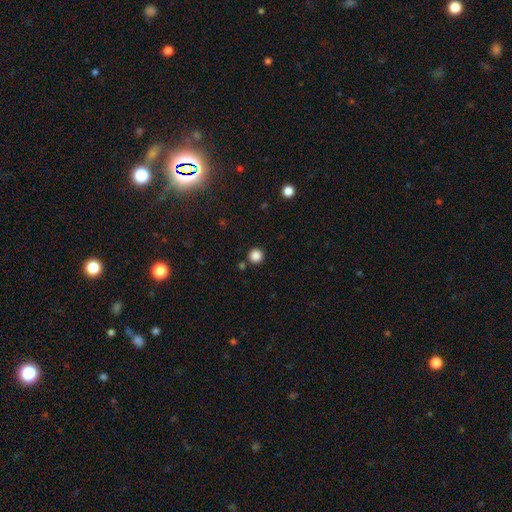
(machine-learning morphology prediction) smooth 86%, star or artifact 11%, featured or disk 3%. Down the decision tree: how rounded — round (95%); merging — none (86%).